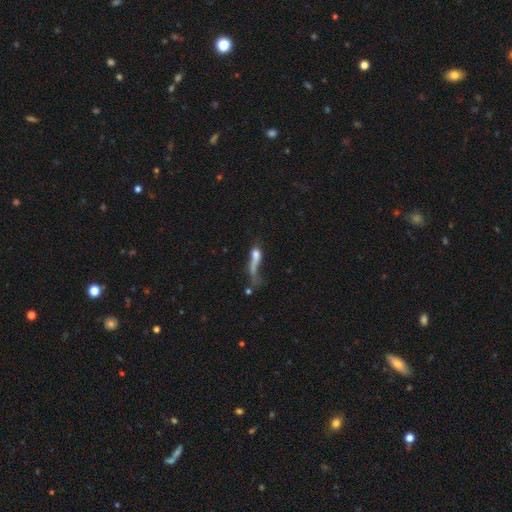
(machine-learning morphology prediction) This is possibly a smooth galaxy (50%). How rounded: marginally in between (42%). Merging: possibly major disturbance (50%).